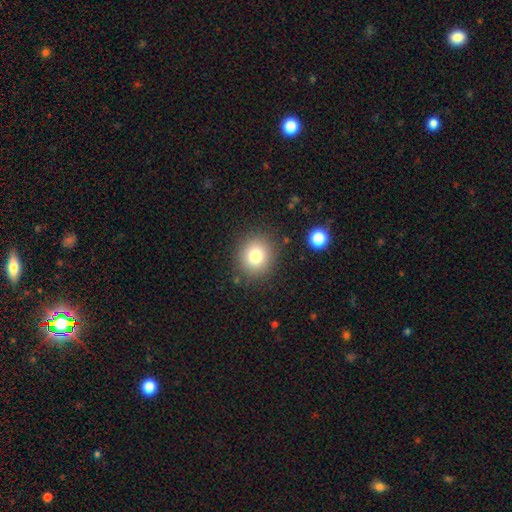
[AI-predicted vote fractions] Smooth or featured? smooth (78%)
How rounded? round (84%)
Merging? none (86%)